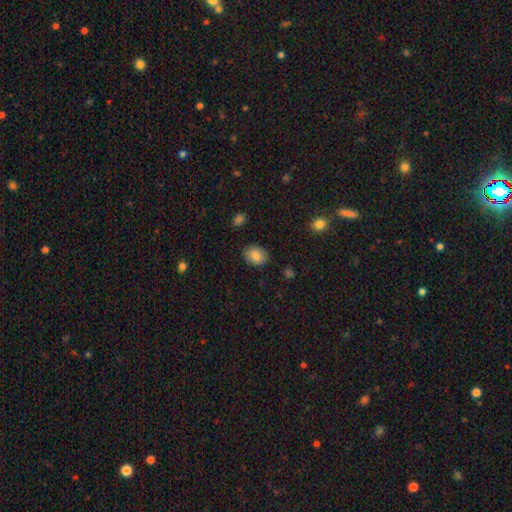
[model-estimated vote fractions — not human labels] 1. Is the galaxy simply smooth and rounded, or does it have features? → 81% smooth, 11% featured or disk, 8% star or artifact.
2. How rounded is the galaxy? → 70% in between, 29% round, 1% cigar-shaped.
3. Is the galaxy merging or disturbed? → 86% none, 10% minor disturbance, 2% major disturbance, 1% merger.